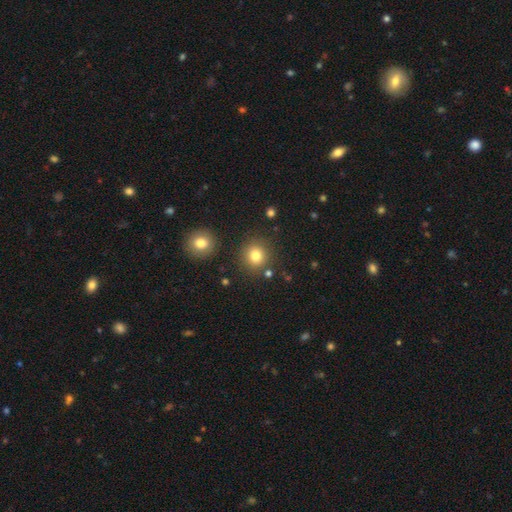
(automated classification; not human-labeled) This is clearly a smooth galaxy (80%). How rounded: clearly round (90%). Merging: clearly none (85%).